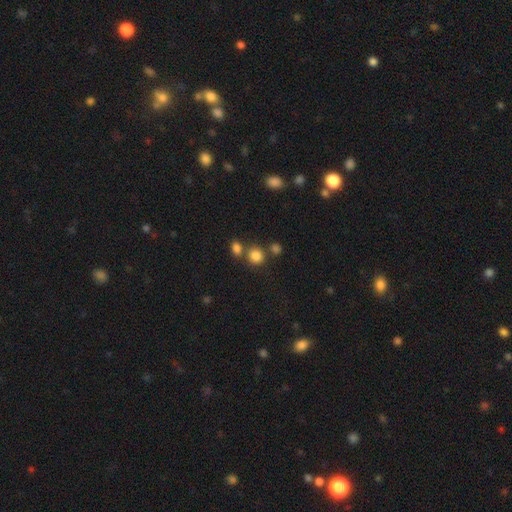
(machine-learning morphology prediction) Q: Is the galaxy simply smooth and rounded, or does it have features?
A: smooth — 82%.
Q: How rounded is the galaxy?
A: round — 83%.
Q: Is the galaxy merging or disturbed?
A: none — 64%.